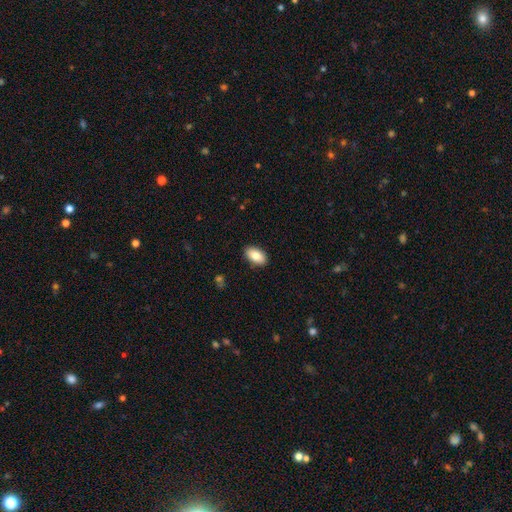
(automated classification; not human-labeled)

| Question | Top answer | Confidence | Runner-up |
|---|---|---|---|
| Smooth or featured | smooth | 83% | featured or disk (10%) |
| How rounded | in between | 94% | round (4%) |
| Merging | none | 89% | minor disturbance (8%) |